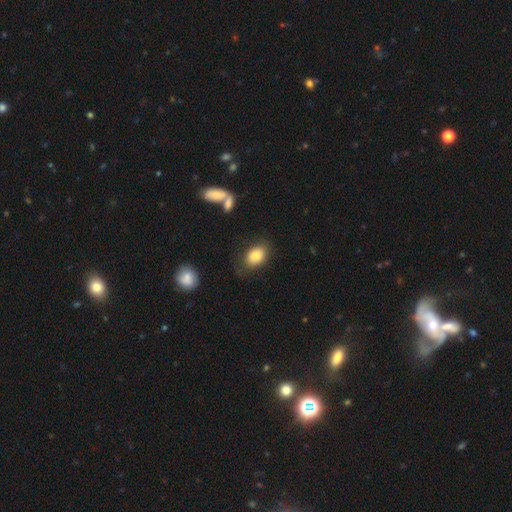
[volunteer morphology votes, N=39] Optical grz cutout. It shows a smooth galaxy with no disk features (87%) that is in between round and cigar-shaped (79%). Merging: none (72%).